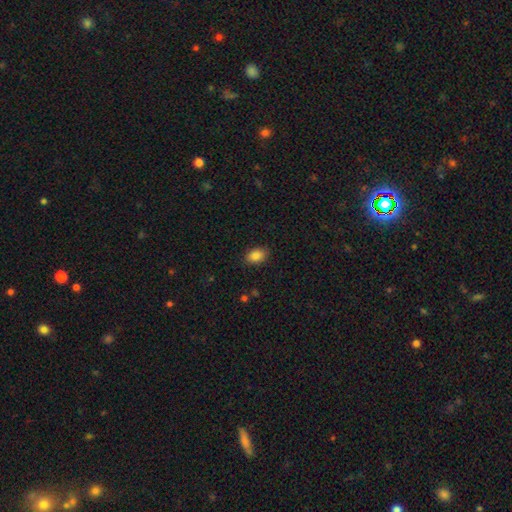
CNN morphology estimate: Q: Smooth or featured?
A: smooth (86%); runner-up: star or artifact (9%)
Q: How rounded?
A: in between (83%); runner-up: round (15%)
Q: Merging?
A: none (87%); runner-up: minor disturbance (9%)